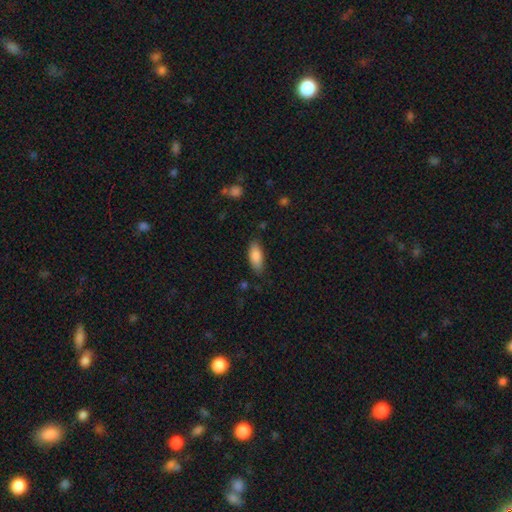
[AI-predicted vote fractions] Morphology: type=smooth (85%); roundness=in between (80%); merging=none (81%).